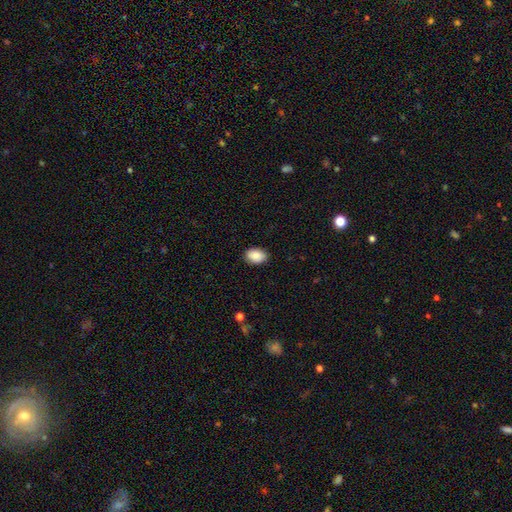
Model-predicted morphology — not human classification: The model was most divided on "how rounded": in between: 82%, round: 17%, cigar-shaped: 1%. More confident: smooth or featured — smooth (88%); merging — none (88%).